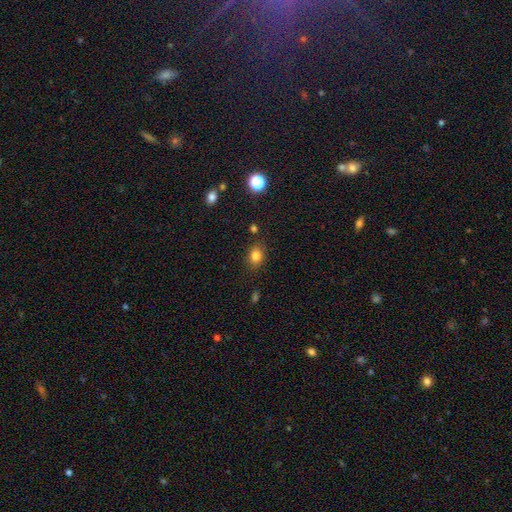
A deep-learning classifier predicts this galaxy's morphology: smooth_or_featured: smooth (p=0.82) [alt: star or artifact p=0.12]
how_rounded: in between (p=0.55) [alt: round p=0.44]
merging: none (p=0.81) [alt: minor disturbance p=0.12]